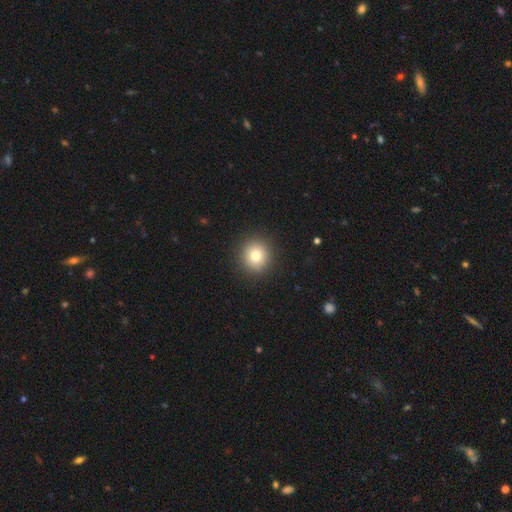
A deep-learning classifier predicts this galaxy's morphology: This is likely a smooth galaxy (79%). How rounded: clearly round (92%). Merging: clearly none (91%).